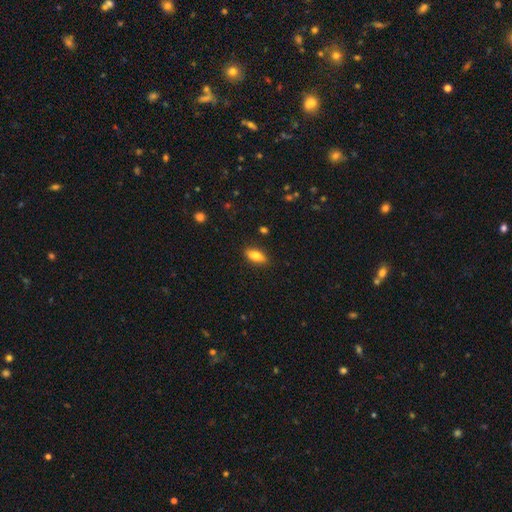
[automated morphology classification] Smooth or featured?
  - smooth: 79% *
  - featured or disk: 14%
  - star or artifact: 7%
How rounded?
  - in between: 81% *
  - cigar-shaped: 16%
  - round: 3%
Merging?
  - none: 86% *
  - minor disturbance: 10%
  - major disturbance: 2%
  - merger: 1%